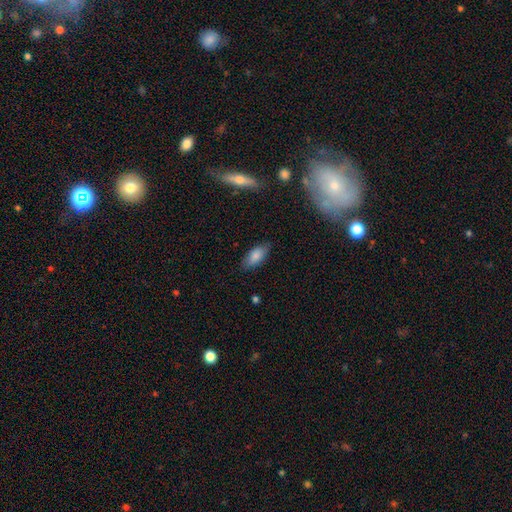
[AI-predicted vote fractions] smooth_or_featured: smooth (p=0.83) [alt: featured or disk p=0.10]
how_rounded: in between (p=0.87) [alt: cigar-shaped p=0.10]
merging: none (p=0.82) [alt: minor disturbance p=0.14]